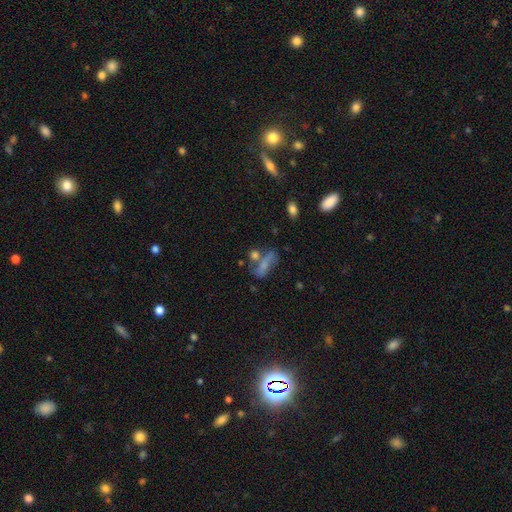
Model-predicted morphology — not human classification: This appears to be a smooth galaxy with no disk features (55%) that is in between round and cigar-shaped (50%). Merging: none (45%).